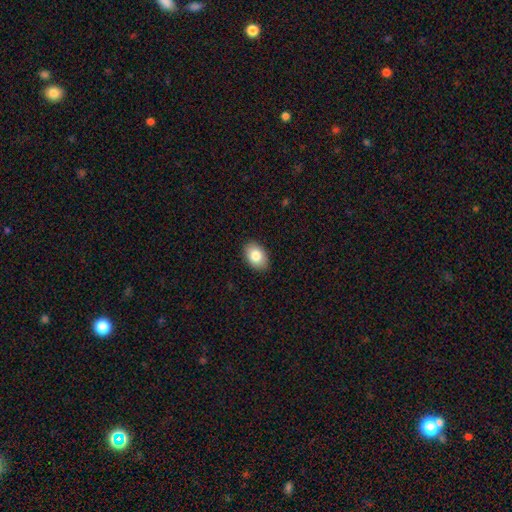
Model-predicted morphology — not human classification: Smooth or featured? smooth (83%)
How rounded? in between (87%)
Merging? none (89%)